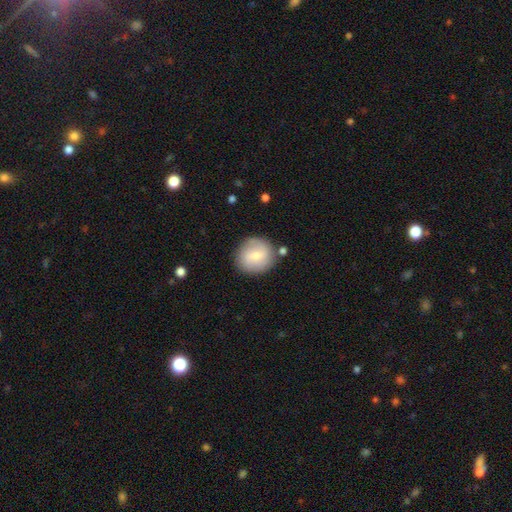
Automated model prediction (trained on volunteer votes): smooth 58%, featured or disk 35%, star or artifact 7%. Down the decision tree: how rounded — round (89%); merging — none (81%).